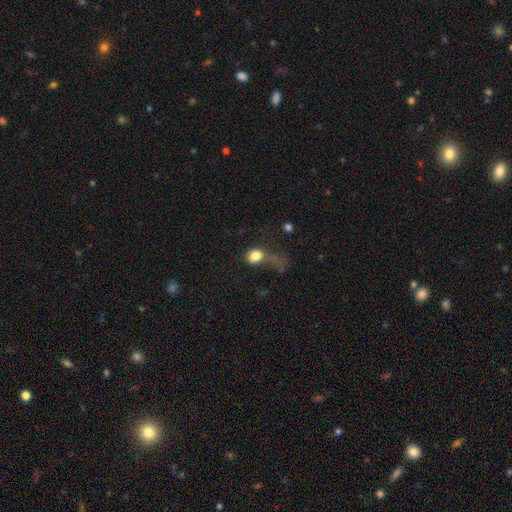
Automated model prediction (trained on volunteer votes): A smooth galaxy with no disk features (78%) that is round (52%). Merging: major disturbance (47%).